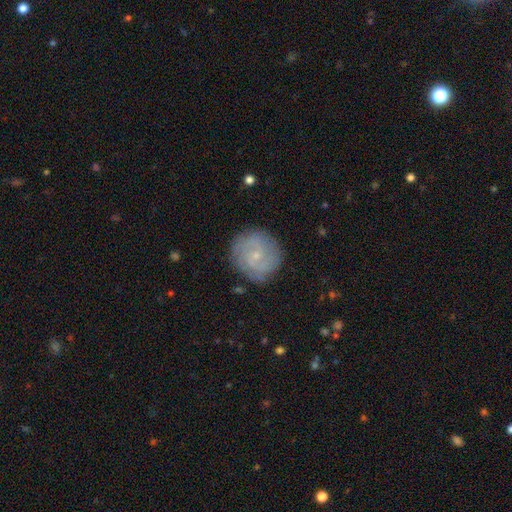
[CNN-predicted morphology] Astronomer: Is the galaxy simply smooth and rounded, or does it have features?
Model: featured or disk — 68%.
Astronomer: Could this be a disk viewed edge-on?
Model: no — 98%.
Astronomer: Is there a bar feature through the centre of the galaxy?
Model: no — 61%.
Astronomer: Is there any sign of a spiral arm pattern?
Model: yes — 89%.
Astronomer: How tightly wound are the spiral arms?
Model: tight — 56% (runner-up: medium, 33%).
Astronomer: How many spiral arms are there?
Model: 2 — 44% (runner-up: can't tell, 30%).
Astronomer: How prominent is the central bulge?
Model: small — 82%.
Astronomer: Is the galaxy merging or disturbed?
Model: none — 83%.